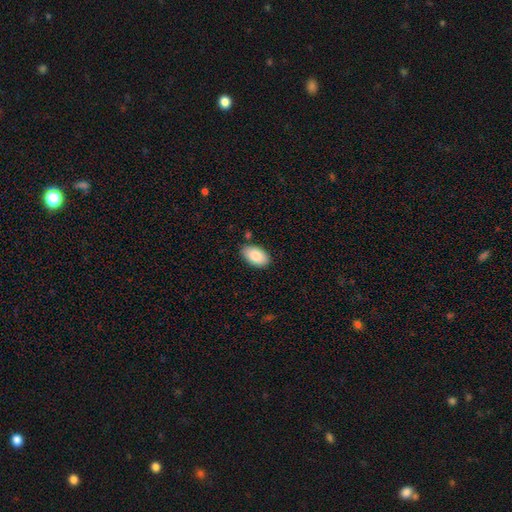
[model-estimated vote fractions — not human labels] A smooth galaxy with no disk features (87%) that is in between round and cigar-shaped (95%).

Vote fractions:
- Smooth or featured? smooth: 87% / featured or disk: 7% / star or artifact: 6%
- How rounded? in between: 95% / round: 4% / cigar-shaped: 1%
- Merging? none: 82% / minor disturbance: 13% / merger: 3% / major disturbance: 2%